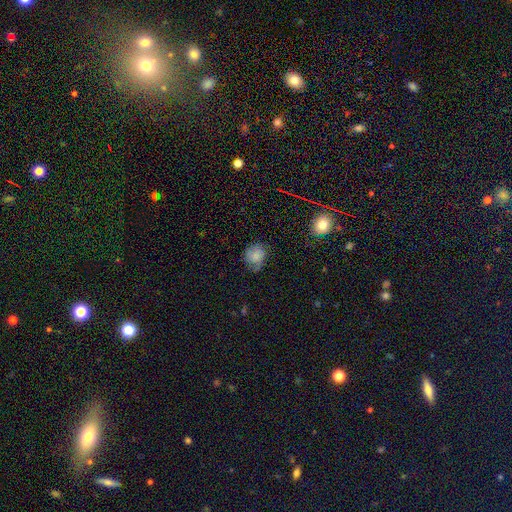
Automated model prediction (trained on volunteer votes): Overall: smooth (66%). How rounded: round (63%; in between 36%). Merging: none (57%; minor disturbance 30%).